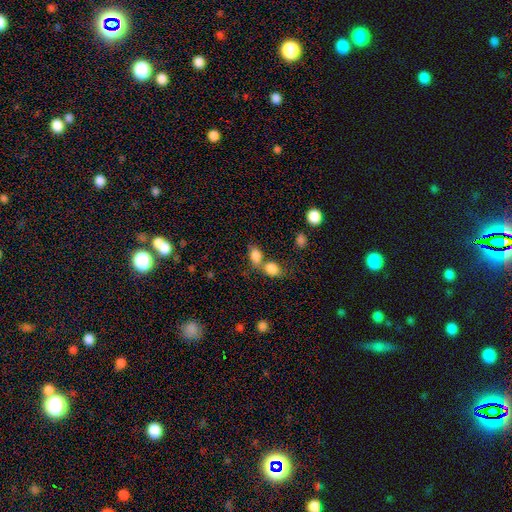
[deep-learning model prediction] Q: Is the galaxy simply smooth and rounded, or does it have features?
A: smooth — 83%.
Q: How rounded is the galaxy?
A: in between — 74%.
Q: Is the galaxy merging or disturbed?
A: merger — 50%.